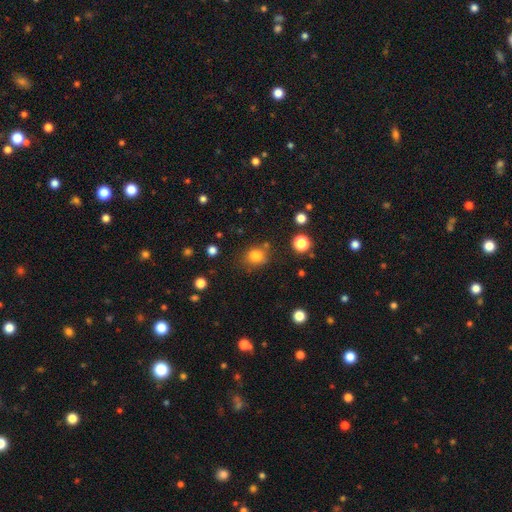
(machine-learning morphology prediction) smooth 80%, star or artifact 13%, featured or disk 6%. Down the decision tree: how rounded — round (64%); merging — none (67%).